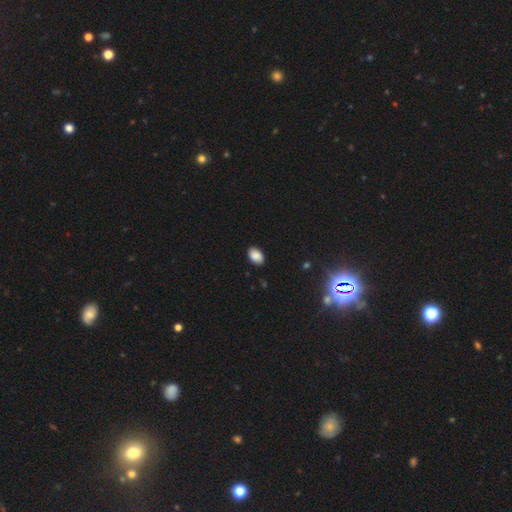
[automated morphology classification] Overall: smooth (88%). How rounded: in between (89%). Merging: none (88%).